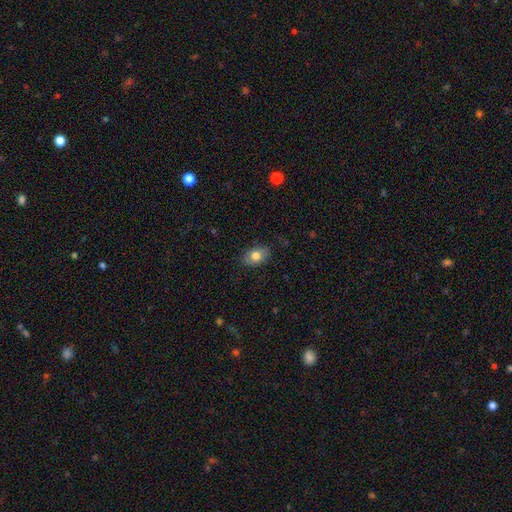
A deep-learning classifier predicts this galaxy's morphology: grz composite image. It shows a smooth galaxy with no disk features (78%) that is in between round and cigar-shaped (81%). Merging: none (83%).